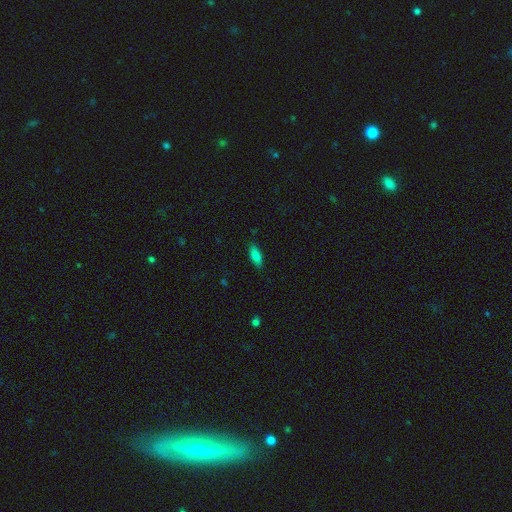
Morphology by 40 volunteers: smooth_or_featured: smooth (p=0.80) [alt: featured or disk p=0.10]
how_rounded: in between (p=0.59) [alt: cigar-shaped p=0.38]
merging: none (p=0.83) [alt: minor disturbance p=0.14]